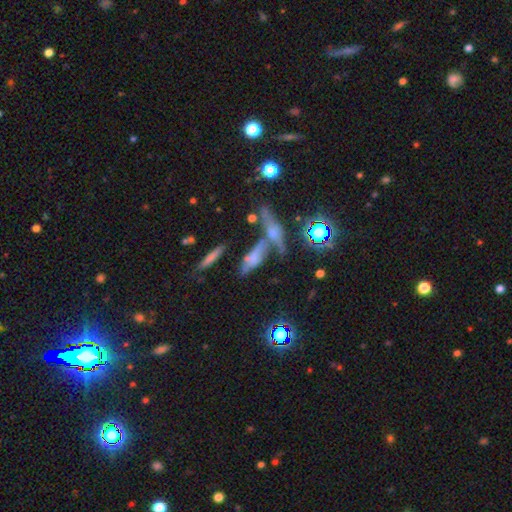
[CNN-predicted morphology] type=featured or disk (40%); merging=none (48%).